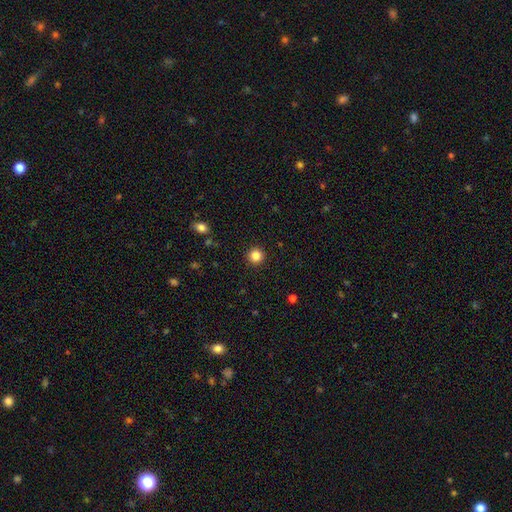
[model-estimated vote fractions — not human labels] This appears to be a smooth galaxy with no disk features (85%) that is round (95%). Merging: none (93%).